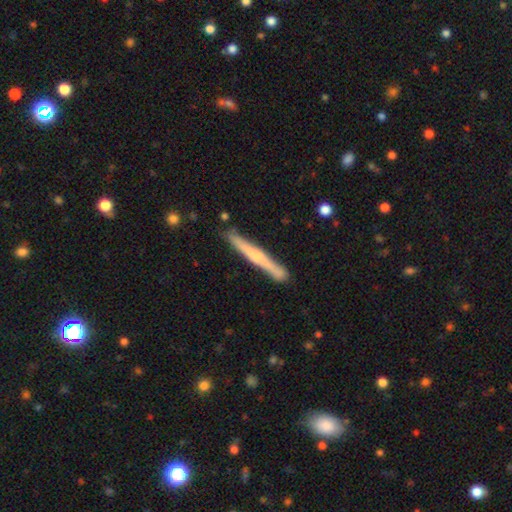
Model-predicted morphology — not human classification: A featured or disk galaxy (55%) viewed edge-on (97%) with a rounded central bulge (55%).

Vote fractions:
- Smooth or featured? featured or disk: 55% / smooth: 40% / star or artifact: 5%
- Edge-on disk? yes: 97% / no: 3%
- Edge-on bulge? rounded: 55% / none: 34% / boxy: 11%
- Merging? none: 86% / minor disturbance: 10% / merger: 2% / major disturbance: 2%